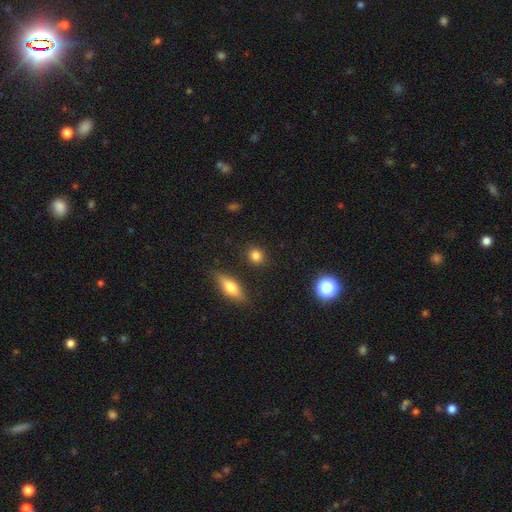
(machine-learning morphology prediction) type=smooth (83%); roundness=round (77%); merging=none (88%).